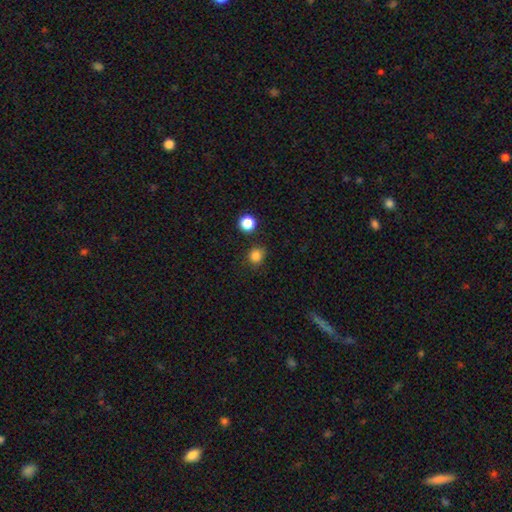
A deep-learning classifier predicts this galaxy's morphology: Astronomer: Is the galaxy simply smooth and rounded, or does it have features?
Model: smooth — 83%.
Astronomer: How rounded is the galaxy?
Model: round — 84%.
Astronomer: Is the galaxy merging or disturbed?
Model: none — 82%.